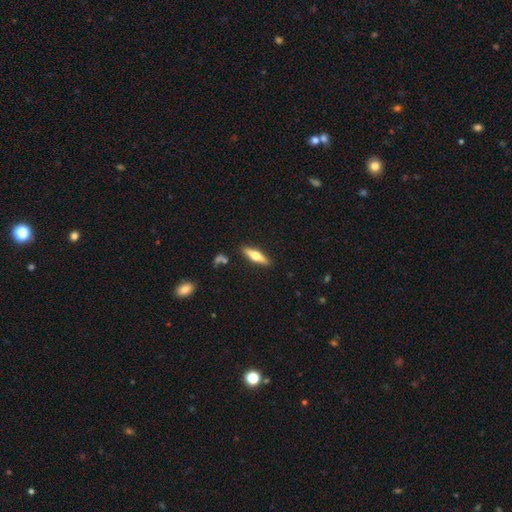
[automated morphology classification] type=featured or disk (55%); edge-on=yes (94%); edge-on bulge=rounded (95%); merging=none (88%).